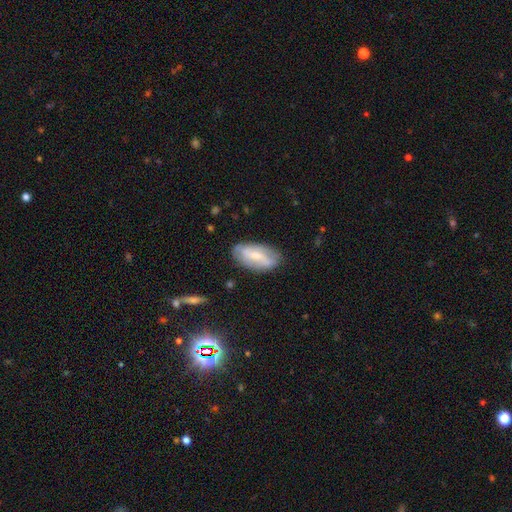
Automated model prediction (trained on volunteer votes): Smooth or featured? Predicted: featured or disk (p=0.57). Edge-on disk? Predicted: no (p=0.91). Bar? Predicted: weak (p=0.46). Spiral arms? Predicted: yes (p=0.74). Bulge size? Predicted: small (p=0.52). Merging? Predicted: none (p=0.74).